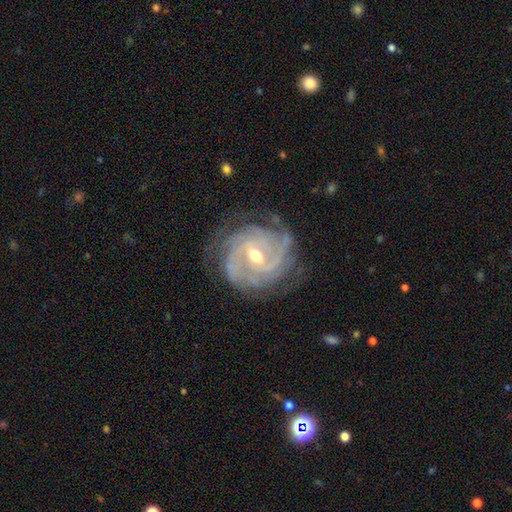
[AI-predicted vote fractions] Morphology: type=featured or disk (89%); edge-on=no (97%); bar=weak (50%); spiral arms=yes (97%); winding=tight (69%); arm count=3 (25%); bulge=moderate (54%); merging=none (72%).